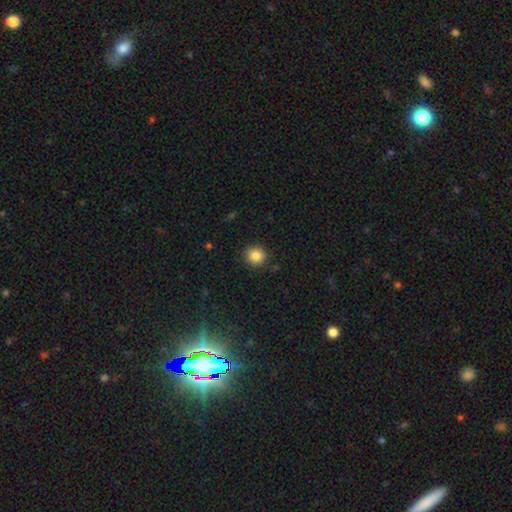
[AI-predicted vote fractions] The model was most divided on "smooth or featured": smooth: 86%, star or artifact: 10%, featured or disk: 4%. More confident: how rounded — round (91%); merging — none (89%).